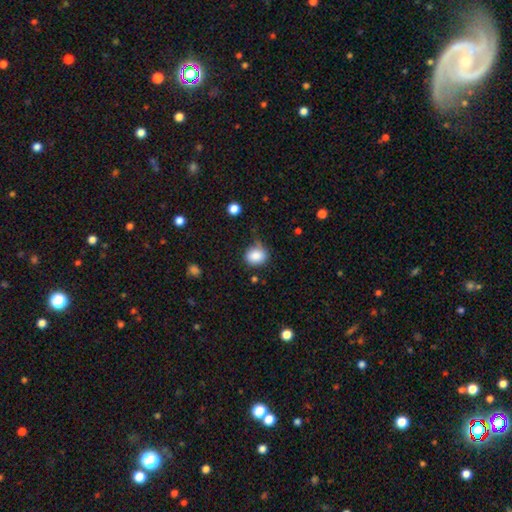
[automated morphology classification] Overall: smooth (85%). How rounded: round (62%; in between 37%). Merging: none (62%; minor disturbance 27%).